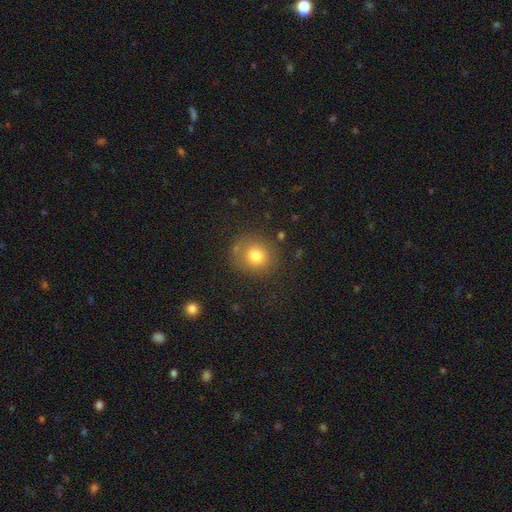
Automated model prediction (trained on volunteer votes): Smooth or featured? smooth (77%)
How rounded? round (84%)
Merging? none (79%)